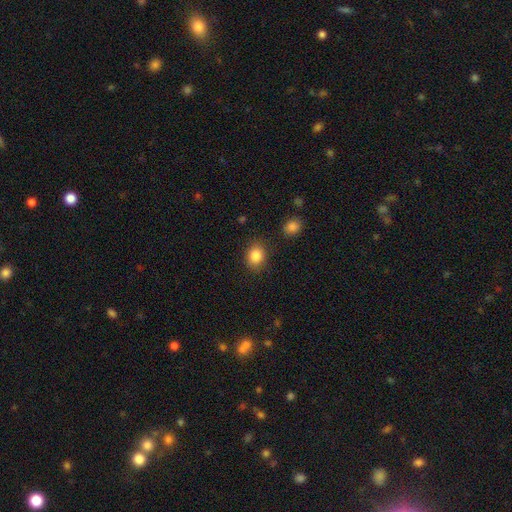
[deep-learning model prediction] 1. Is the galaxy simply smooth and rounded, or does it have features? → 85% smooth, 10% star or artifact, 5% featured or disk.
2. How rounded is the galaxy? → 56% round, 43% in between, 1% cigar-shaped.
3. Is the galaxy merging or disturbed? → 83% none, 11% minor disturbance, 3% major disturbance, 3% merger.